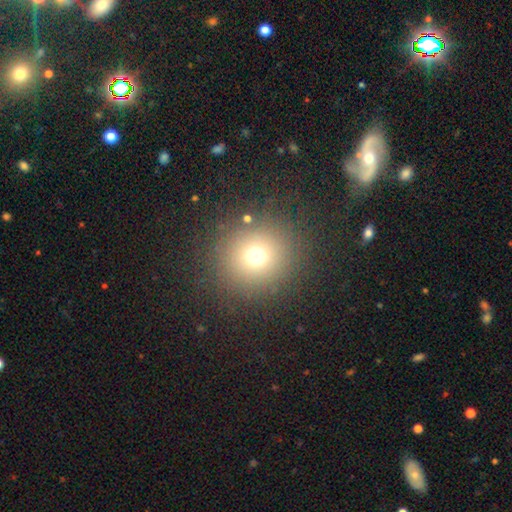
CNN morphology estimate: type=smooth (68%); roundness=round (90%); merging=none (84%).